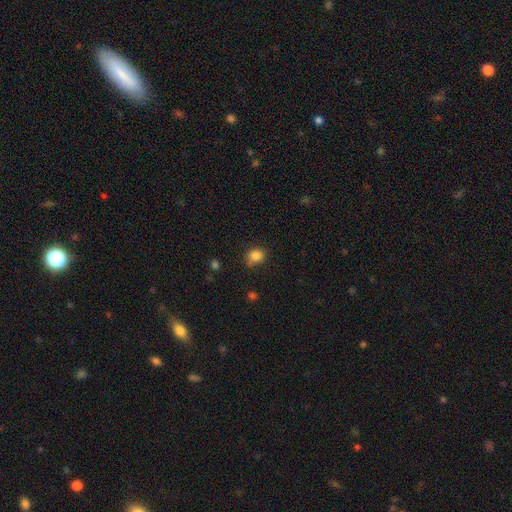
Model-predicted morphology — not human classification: Smooth or featured?
  - smooth: 84% *
  - star or artifact: 11%
  - featured or disk: 5%
How rounded?
  - round: 71% *
  - in between: 28%
  - cigar-shaped: 1%
Merging?
  - none: 69% *
  - minor disturbance: 23%
  - major disturbance: 5%
  - merger: 3%